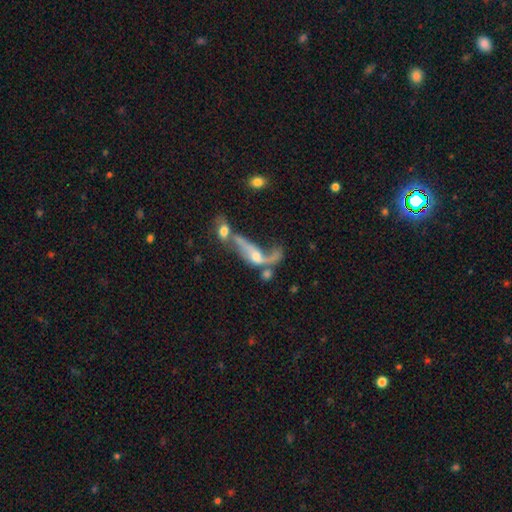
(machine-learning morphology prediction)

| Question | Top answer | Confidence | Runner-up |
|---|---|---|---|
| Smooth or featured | featured or disk | 62% | smooth (26%) |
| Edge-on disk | no | 81% | yes (19%) |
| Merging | merger | 56% | major disturbance (24%) |